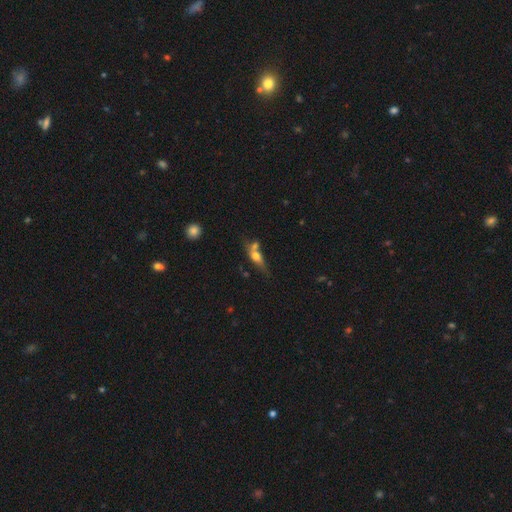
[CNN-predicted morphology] A smooth galaxy with no disk features (49%).

Vote fractions:
- Smooth or featured? smooth: 49% / featured or disk: 42% / star or artifact: 9%
- Merging? none: 38% (tied) / merger: 38% (tied) / minor disturbance: 16% / major disturbance: 9%